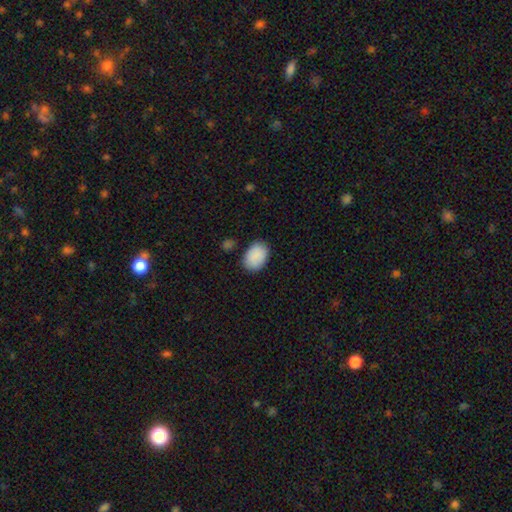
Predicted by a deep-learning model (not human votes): Overall: smooth (89%). How rounded: in between (80%). Merging: none (80%).